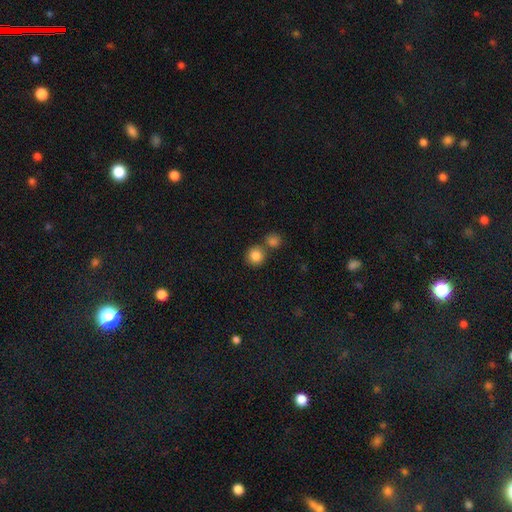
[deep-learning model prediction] Smooth or featured: smooth — 84% (star or artifact — 10%)
How rounded: round — 90% (in between — 9%)
Merging: none — 64% (merger — 25%)